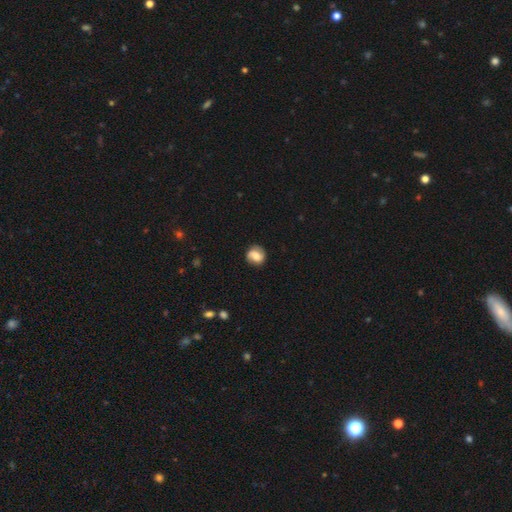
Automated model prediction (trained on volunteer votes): Smooth or featured? Predicted: smooth (p=0.54). How rounded? Predicted: round (p=0.77). Merging? Predicted: none (p=0.78).